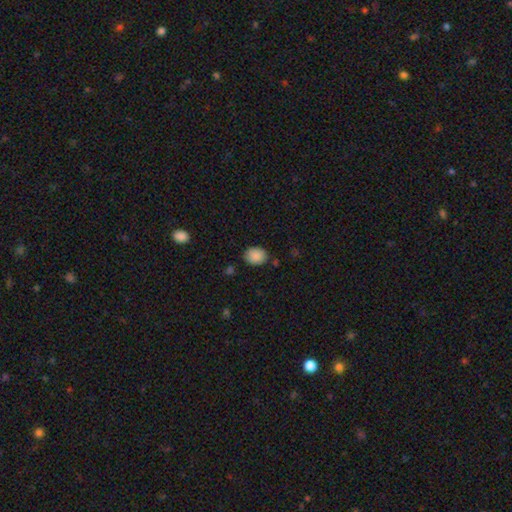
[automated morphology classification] A smooth galaxy with no disk features (88%) that is in between round and cigar-shaped (60%). Merging: none (80%).